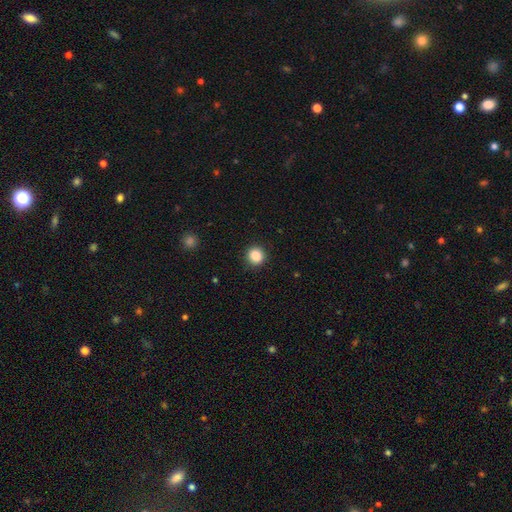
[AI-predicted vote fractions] smooth_or_featured: smooth (p=0.86) [alt: star or artifact p=0.10]
how_rounded: round (p=0.90) [alt: in between p=0.09]
merging: none (p=0.92) [alt: minor disturbance p=0.06]